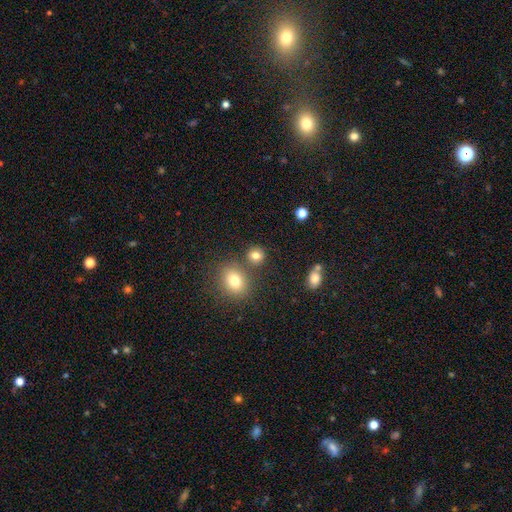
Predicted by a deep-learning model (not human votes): A smooth galaxy with no disk features (81%) that is round (80%).

Vote fractions:
- Smooth or featured? smooth: 81% / star or artifact: 13% / featured or disk: 6%
- How rounded? round: 80% / in between: 19% / cigar-shaped: 1%
- Merging? none: 76% / merger: 12% / minor disturbance: 9% / major disturbance: 3%